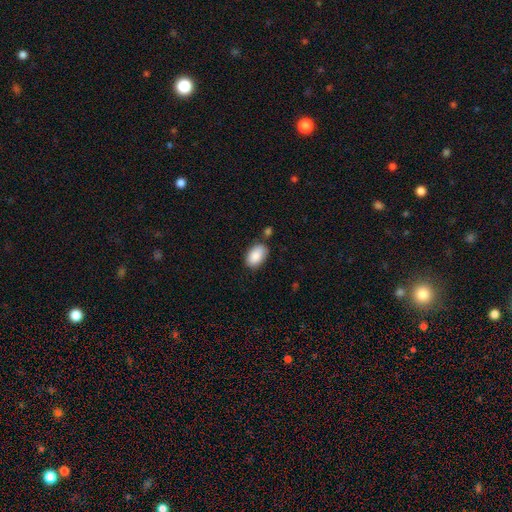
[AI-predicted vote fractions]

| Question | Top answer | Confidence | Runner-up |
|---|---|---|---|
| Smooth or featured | smooth | 89% | star or artifact (6%) |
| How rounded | in between | 92% | round (7%) |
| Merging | none | 74% | minor disturbance (17%) |